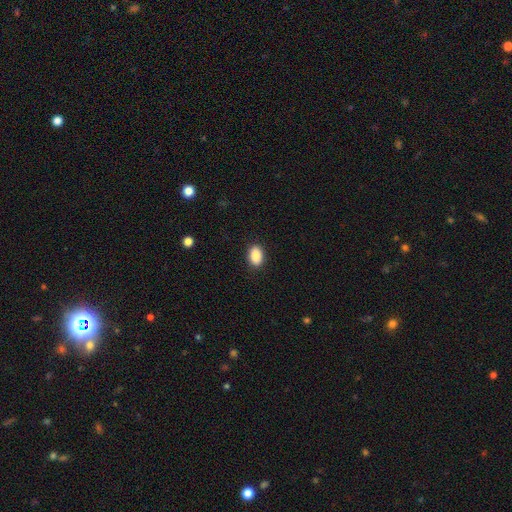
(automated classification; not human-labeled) The model was most divided on "how rounded": in between: 88%, round: 11%, cigar-shaped: 1%. More confident: merging — none (89%); smooth or featured — smooth (89%).